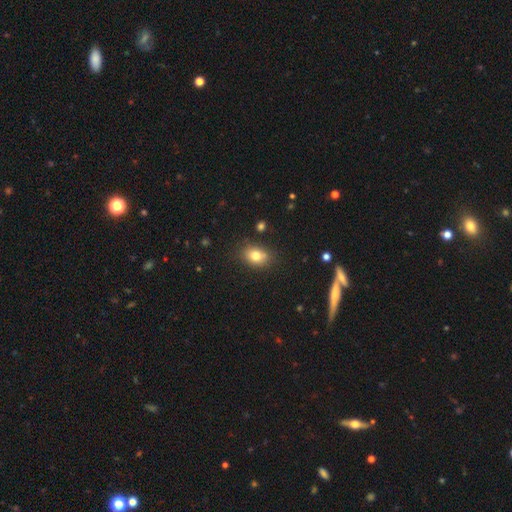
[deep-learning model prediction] Q: Smooth or featured?
A: smooth (79%); runner-up: star or artifact (11%)
Q: How rounded?
A: in between (71%); runner-up: round (28%)
Q: Merging?
A: none (80%); runner-up: minor disturbance (14%)